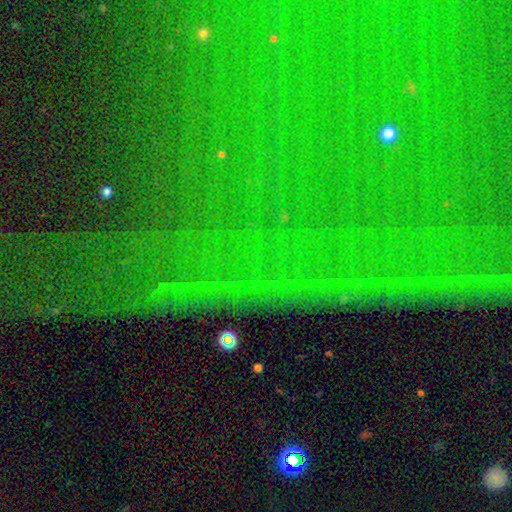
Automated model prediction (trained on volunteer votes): This appears to be a star or artifact, not a galaxy (85%).